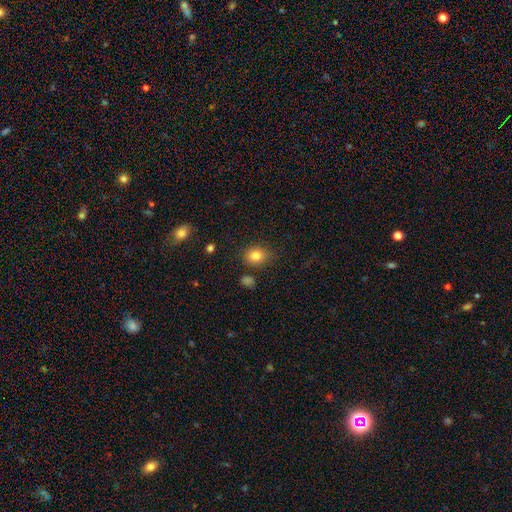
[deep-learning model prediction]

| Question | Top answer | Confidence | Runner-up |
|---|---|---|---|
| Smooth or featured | smooth | 84% | star or artifact (10%) |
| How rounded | round | 55% | in between (44%) |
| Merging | none | 79% | minor disturbance (14%) |